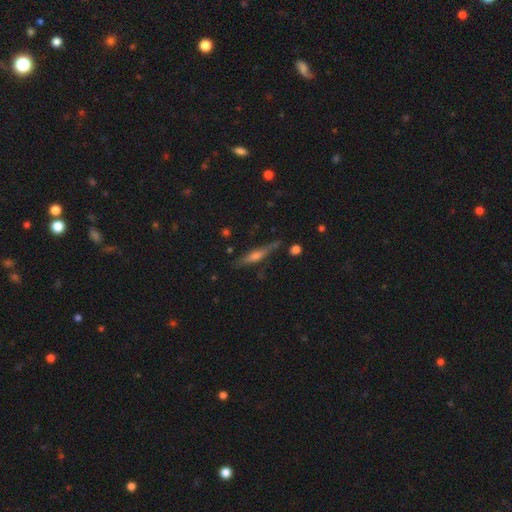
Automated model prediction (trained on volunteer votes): This is likely a featured or disk galaxy (63%). It is clearly viewed edge-on (95%). Edge-on bulge: likely rounded (70%). Merging: likely none (78%).